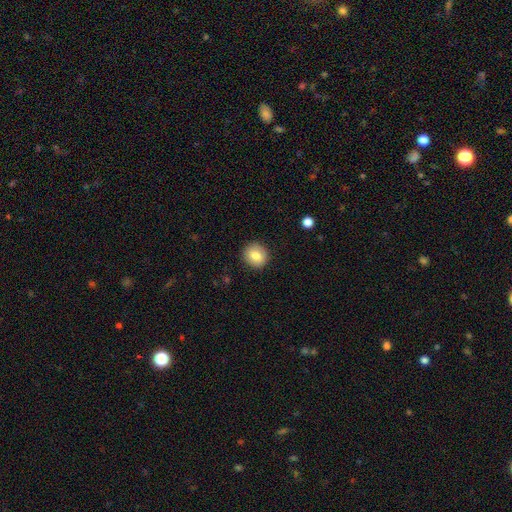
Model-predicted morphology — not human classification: A smooth galaxy with no disk features (83%) that is round (87%). Merging: none (90%).